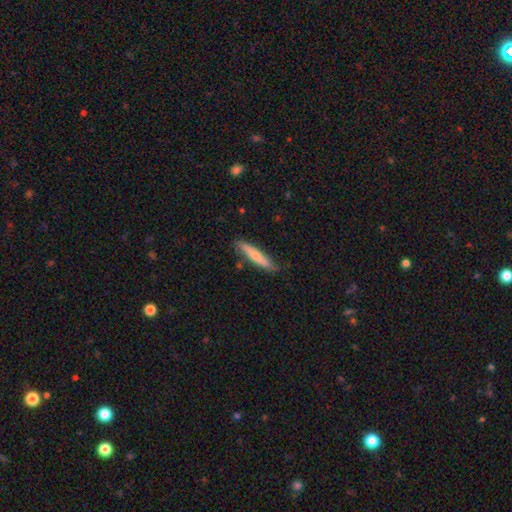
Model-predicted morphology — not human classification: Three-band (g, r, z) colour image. It shows a smooth galaxy with no disk features (68%) that is cigar-shaped (90%). Merging: none (79%).